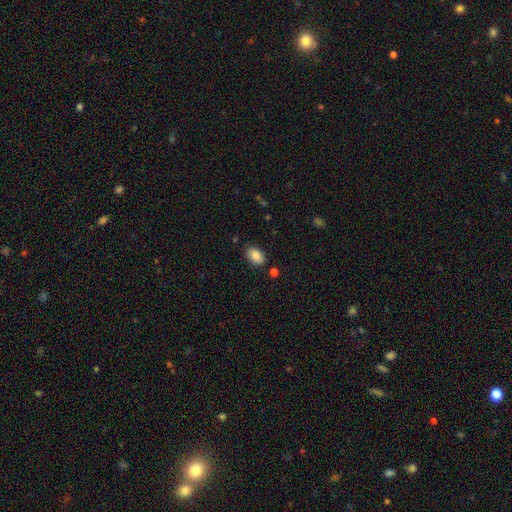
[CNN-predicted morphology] This is clearly a smooth galaxy (87%). How rounded: clearly in between (89%). Merging: clearly none (82%).